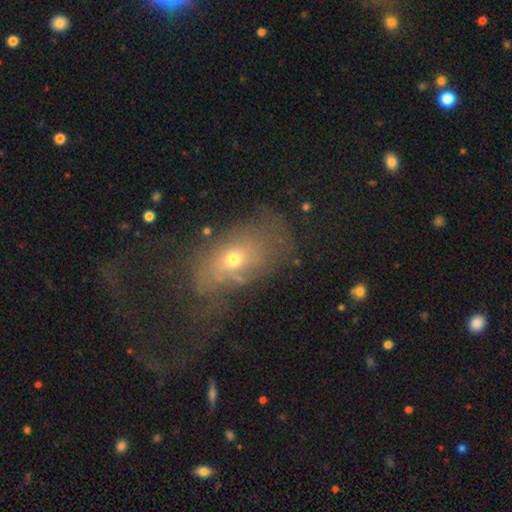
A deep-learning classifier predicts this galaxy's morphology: The model was most divided on "smooth or featured": smooth: 43%, featured or disk: 40%, star or artifact: 16%. More confident: merging — major disturbance (53%).